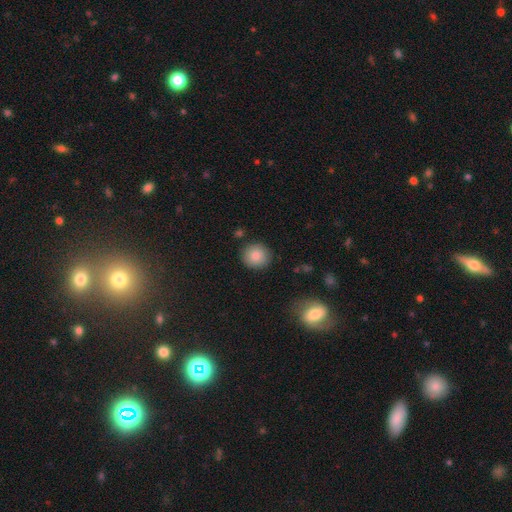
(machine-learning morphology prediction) Smooth or featured: smooth — 86% (star or artifact — 8%)
How rounded: round — 87% (in between — 12%)
Merging: none — 87% (minor disturbance — 8%)